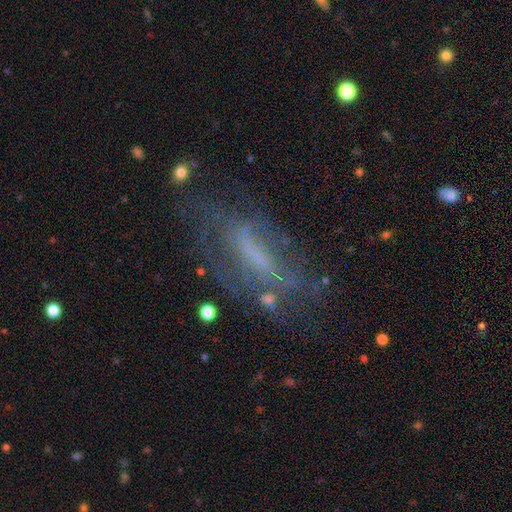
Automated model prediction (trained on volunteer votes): Smooth or featured? featured or disk (58%)
Edge-on disk? no (74%)
Merging? none (53%)